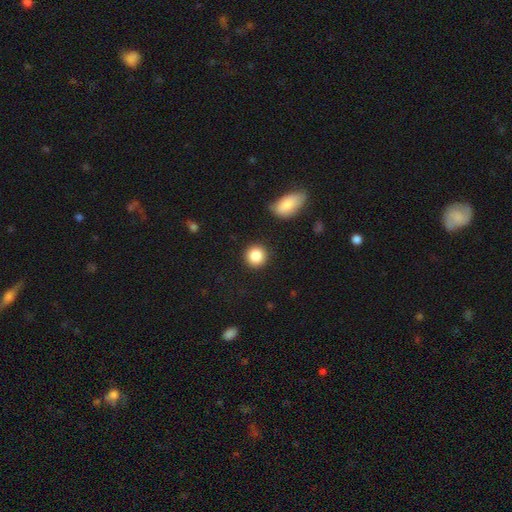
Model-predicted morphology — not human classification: A smooth galaxy with no disk features (88%) that is round (92%). Merging: none (89%).